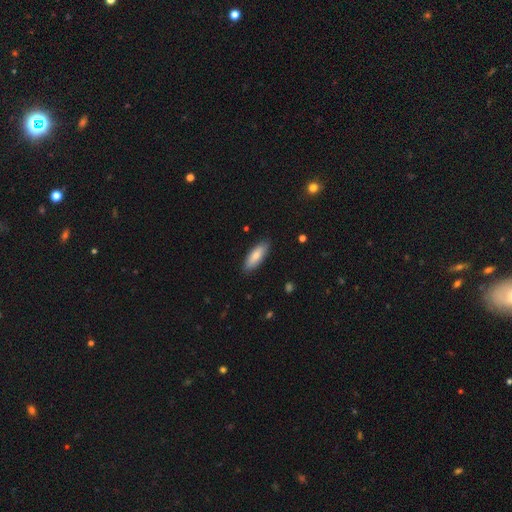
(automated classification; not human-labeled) A smooth galaxy with no disk features (79%) that is in between round and cigar-shaped (66%). Merging: none (87%).